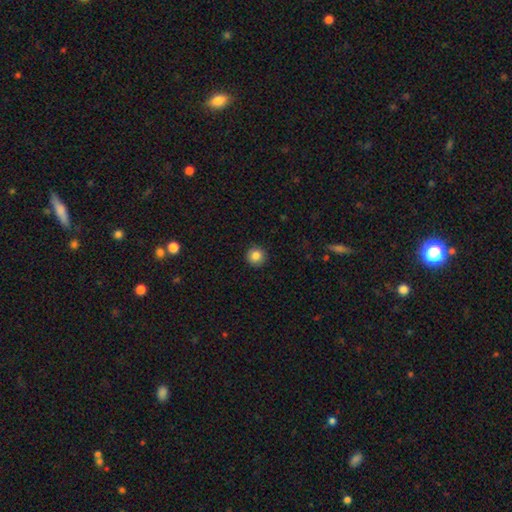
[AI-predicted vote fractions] Smooth or featured?
  - smooth: 86% *
  - star or artifact: 9%
  - featured or disk: 5%
How rounded?
  - round: 95% *
  - in between: 4%
  - cigar-shaped: 1%
Merging?
  - none: 92% *
  - minor disturbance: 6%
  - major disturbance: 2%
  - merger: 1%